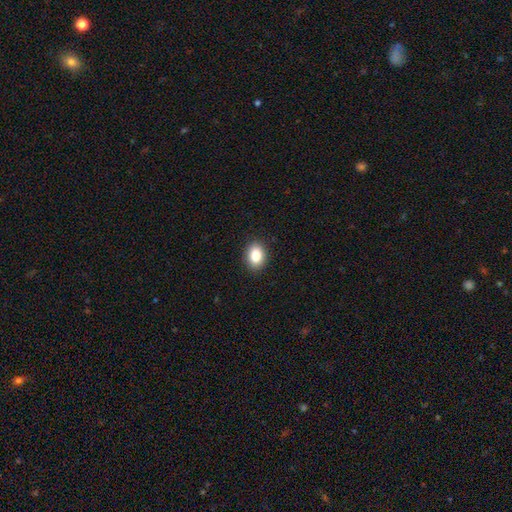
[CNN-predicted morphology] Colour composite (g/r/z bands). It shows a smooth galaxy with no disk features (87%) that is in between round and cigar-shaped (71%). Merging: none (89%).